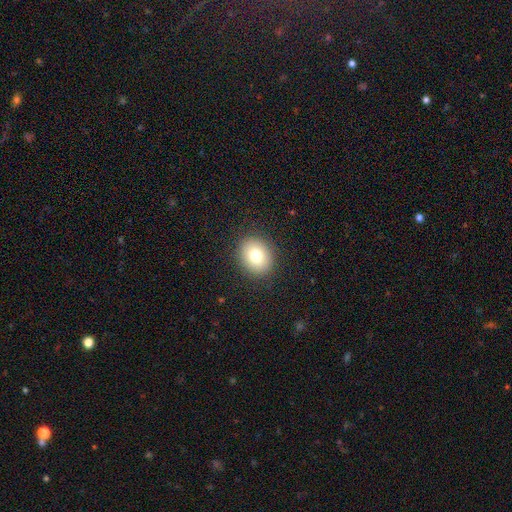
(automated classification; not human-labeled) smooth-or-featured: smooth: 80% | featured or disk: 10% | star or artifact: 10%
  how-rounded: round: 58% | in between: 41% | cigar-shaped: 1%
  merging: none: 89% | minor disturbance: 8% | major disturbance: 3% | merger: 1%